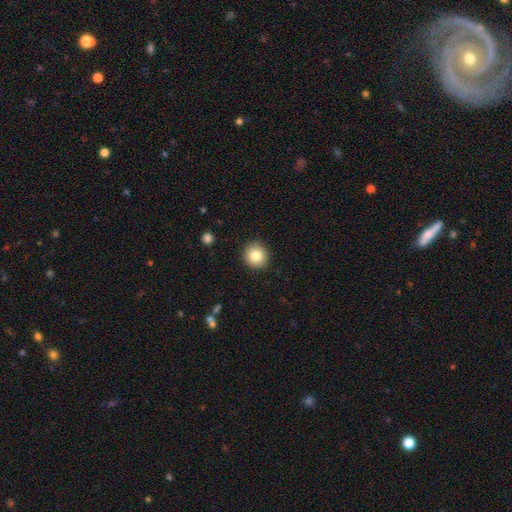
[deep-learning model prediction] smooth-or-featured: smooth: 82% | star or artifact: 9% | featured or disk: 9%
  how-rounded: round: 90% | in between: 9% | cigar-shaped: 1%
  merging: none: 91% | minor disturbance: 6% | major disturbance: 2% | merger: 1%